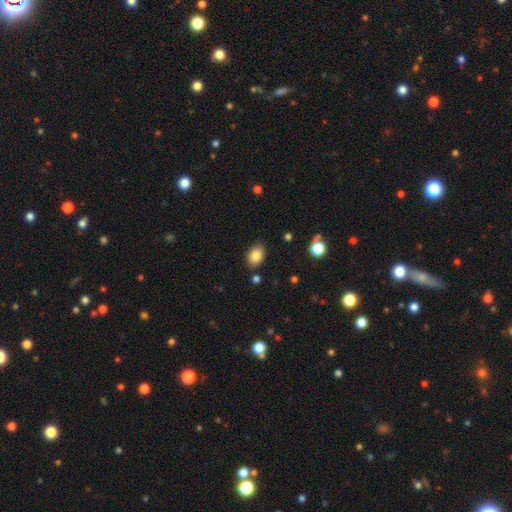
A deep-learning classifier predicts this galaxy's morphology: Q: Smooth or featured?
A: smooth (84%); runner-up: star or artifact (9%)
Q: How rounded?
A: in between (80%); runner-up: round (19%)
Q: Merging?
A: none (86%); runner-up: minor disturbance (9%)